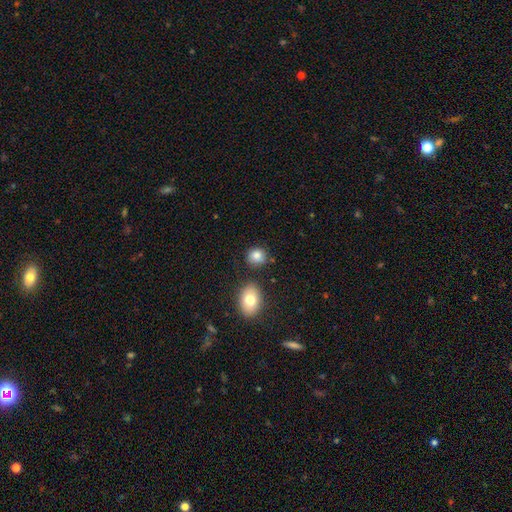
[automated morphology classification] Smooth or featured? smooth (83%)
How rounded? round (72%)
Merging? none (77%)